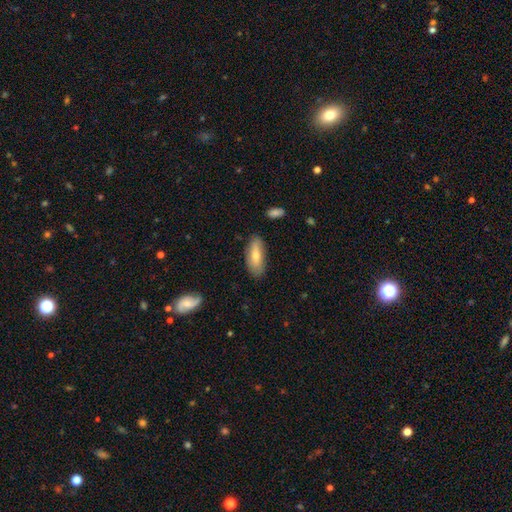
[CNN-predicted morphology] This is likely a smooth galaxy (65%). How rounded: likely in between (73%). Merging: likely none (78%).